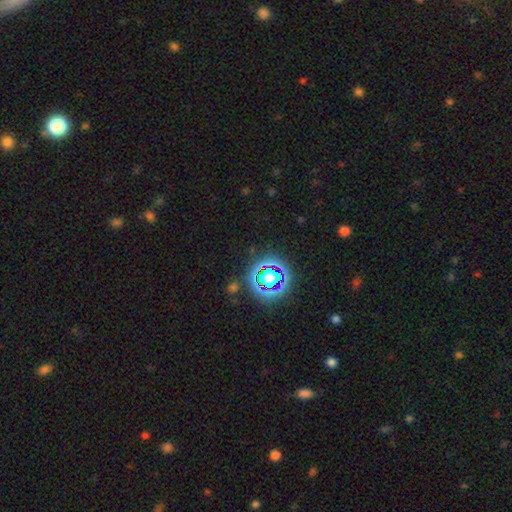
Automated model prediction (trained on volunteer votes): This appears to be a star or artifact, not a galaxy (75%).